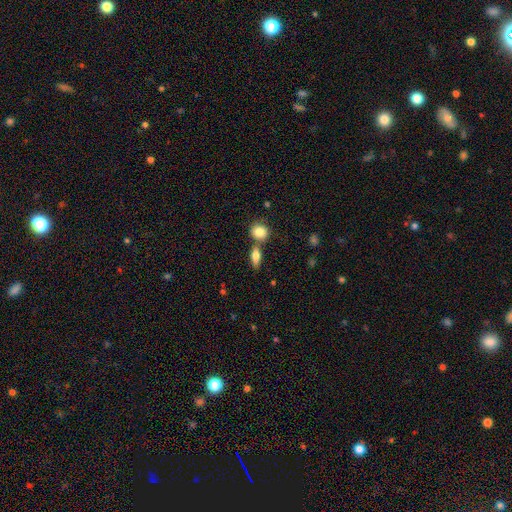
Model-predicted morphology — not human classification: Smooth or featured? smooth (70%)
How rounded? in between (66%)
Merging? none (59%)